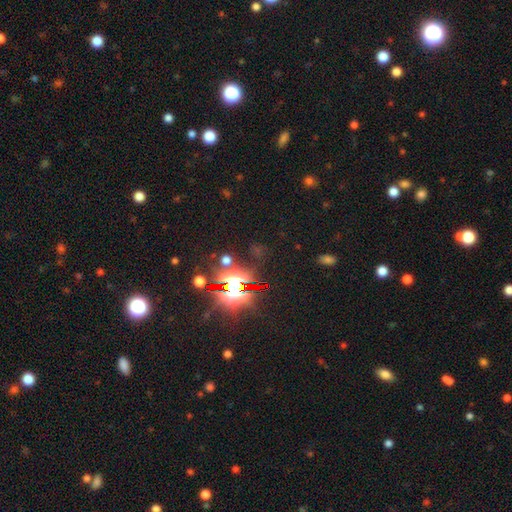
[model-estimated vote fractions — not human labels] Smooth or featured? Predicted: star or artifact (p=0.82).